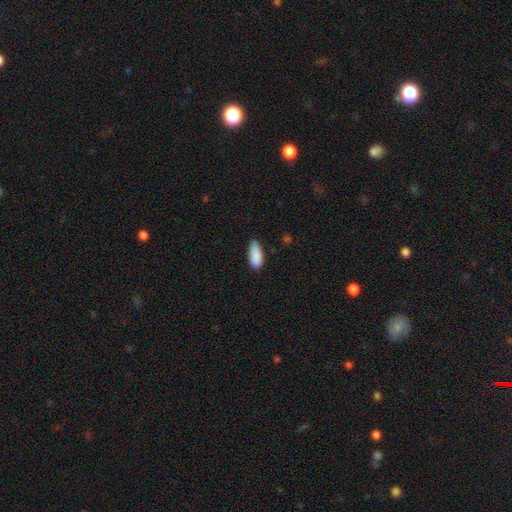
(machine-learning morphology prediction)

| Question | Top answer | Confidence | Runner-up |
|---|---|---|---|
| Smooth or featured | smooth | 89% | star or artifact (7%) |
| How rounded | in between | 82% | cigar-shaped (16%) |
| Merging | none | 71% | minor disturbance (24%) |